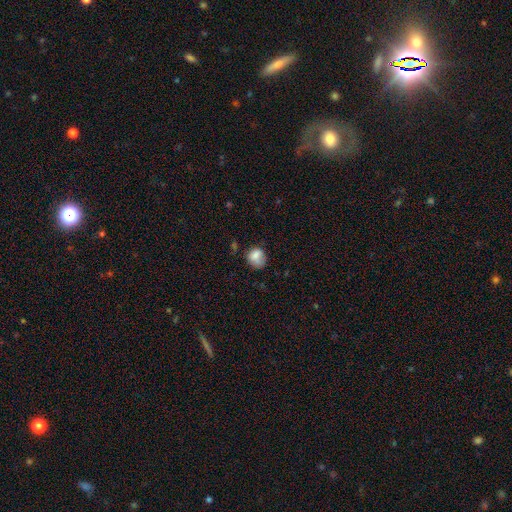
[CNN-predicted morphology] Smooth or featured? Predicted: smooth (p=0.76). How rounded? Predicted: round (p=0.63). Merging? Predicted: none (p=0.49).